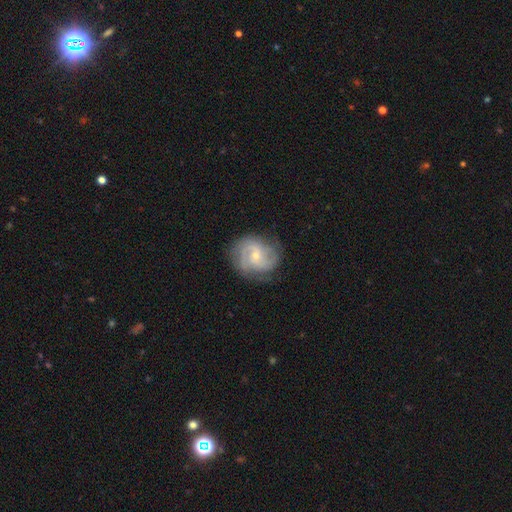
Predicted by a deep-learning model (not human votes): Q: Smooth or featured?
A: featured or disk (83%); runner-up: smooth (11%)
Q: Edge-on disk?
A: no (98%); runner-up: yes (2%)
Q: Bar?
A: no (59%); runner-up: weak (35%)
Q: Spiral arms?
A: yes (96%); runner-up: no (4%)
Q: Spiral winding?
A: medium (45%); runner-up: tight (42%)
Q: Spiral arm count?
A: 2 (42%); runner-up: 3 (28%)
Q: Bulge size?
A: small (69%); runner-up: moderate (27%)
Q: Merging?
A: none (76%); runner-up: minor disturbance (17%)